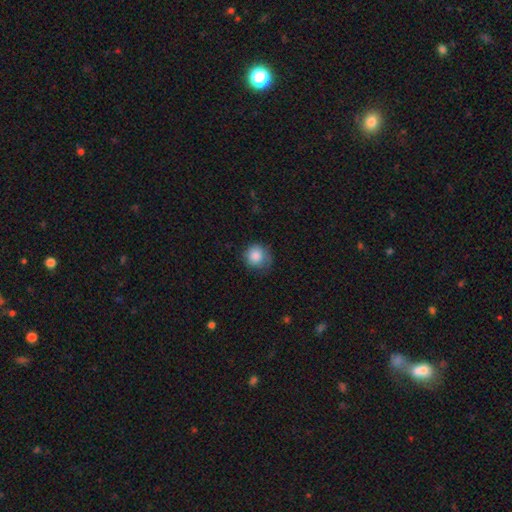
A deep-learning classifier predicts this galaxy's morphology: Smooth or featured?
  - smooth: 85% *
  - star or artifact: 9%
  - featured or disk: 7%
How rounded?
  - round: 89% *
  - in between: 10%
  - cigar-shaped: 1%
Merging?
  - none: 65% *
  - minor disturbance: 26%
  - major disturbance: 8%
  - merger: 1%